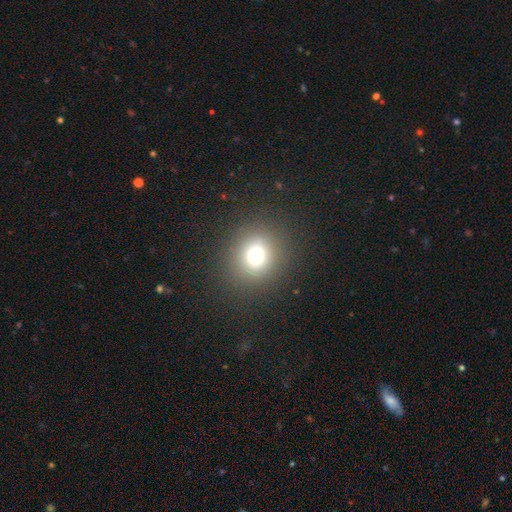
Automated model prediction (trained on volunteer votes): Q: Smooth or featured?
A: smooth (71%); runner-up: star or artifact (18%)
Q: How rounded?
A: round (84%); runner-up: in between (15%)
Q: Merging?
A: none (87%); runner-up: minor disturbance (7%)